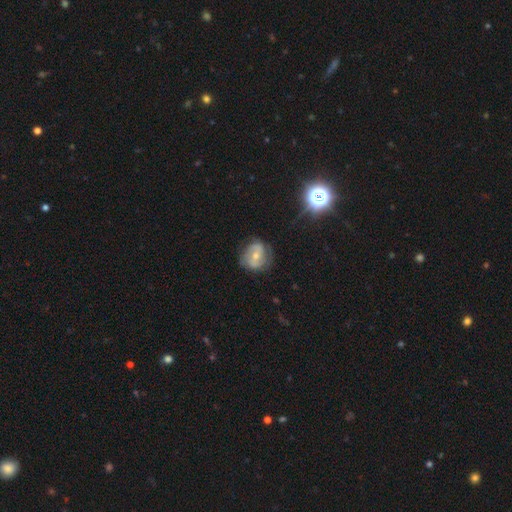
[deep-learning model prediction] Smooth or featured?
  - featured or disk: 65% *
  - smooth: 26%
  - star or artifact: 8%
Edge-on disk?
  - no: 97% *
  - yes: 3%
Bar?
  - no: 46% *
  - weak: 39%
  - strong: 15%
Spiral arms?
  - yes: 81% *
  - no: 19%
Spiral winding?
  - medium: 42% *
  - tight: 38%
  - loose: 20%
Spiral arm count?
  - 2: 67% *
  - can't tell: 20%
  - 3: 6%
  - 1: 4%
  - 4: 2%
  - more than 4: 2%
Bulge size?
  - moderate: 57% *
  - small: 38%
  - large: 2%
  - none: 2%
  - dominant: 1%
Merging?
  - none: 67% *
  - minor disturbance: 22%
  - major disturbance: 9%
  - merger: 1%